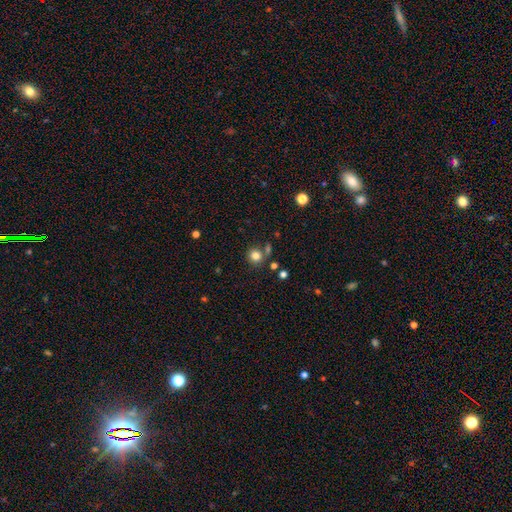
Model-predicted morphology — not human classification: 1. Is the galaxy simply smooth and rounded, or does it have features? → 81% smooth, 13% star or artifact, 6% featured or disk.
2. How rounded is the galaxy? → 90% round, 9% in between, 1% cigar-shaped.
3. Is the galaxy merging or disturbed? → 75% none, 13% merger, 9% minor disturbance, 4% major disturbance.